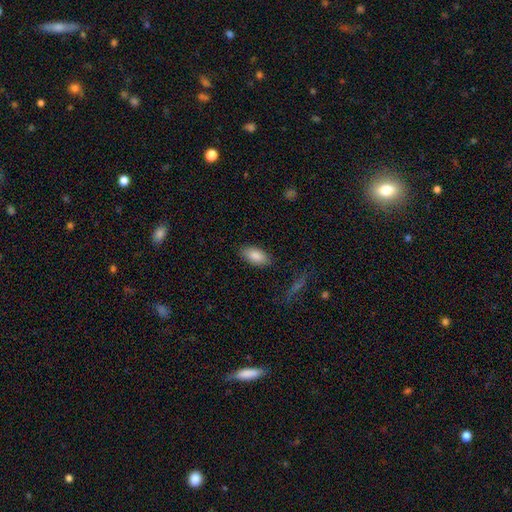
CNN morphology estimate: smooth_or_featured: smooth (p=0.87) [alt: star or artifact p=0.07]
how_rounded: in between (p=0.92) [alt: cigar-shaped p=0.06]
merging: none (p=0.85) [alt: minor disturbance p=0.11]